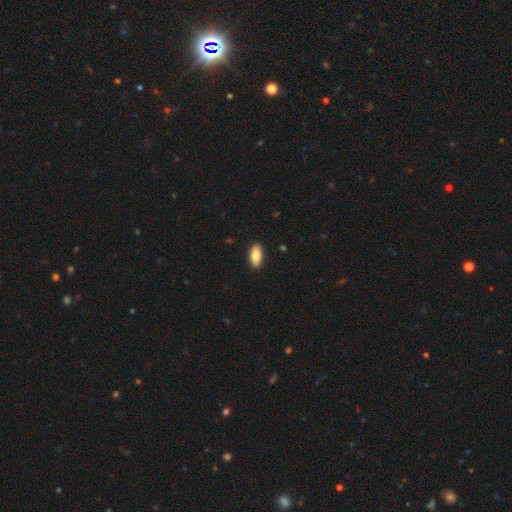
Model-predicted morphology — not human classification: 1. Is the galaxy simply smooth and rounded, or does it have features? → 81% smooth, 13% featured or disk, 6% star or artifact.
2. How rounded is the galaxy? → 87% in between, 10% cigar-shaped, 3% round.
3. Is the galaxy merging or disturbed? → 90% none, 7% minor disturbance, 2% major disturbance, 1% merger.